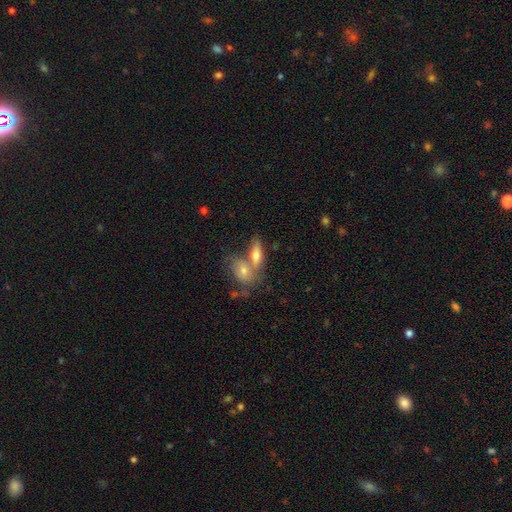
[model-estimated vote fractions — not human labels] Morphology: type=smooth (58%); roundness=in between (68%); merging=merger (49%).